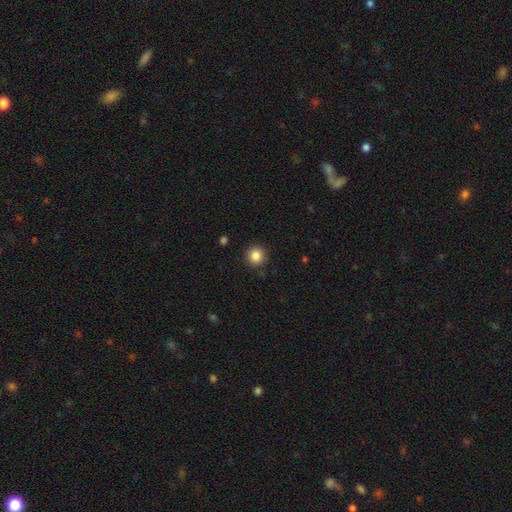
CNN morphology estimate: Q: Smooth or featured?
A: smooth (85%); runner-up: star or artifact (10%)
Q: How rounded?
A: round (93%); runner-up: in between (6%)
Q: Merging?
A: none (90%); runner-up: minor disturbance (7%)